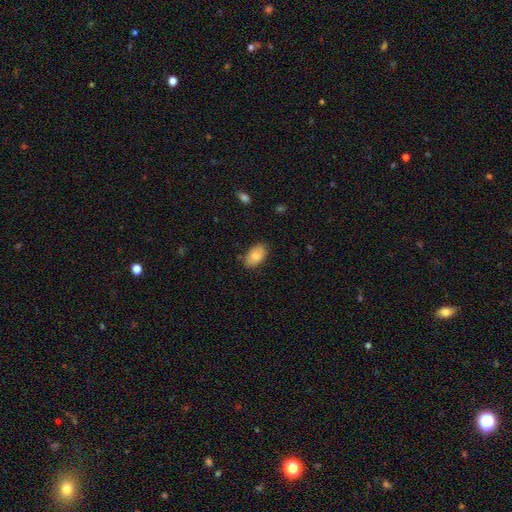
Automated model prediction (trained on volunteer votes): Overall: smooth (83%). How rounded: in between (93%). Merging: none (81%).